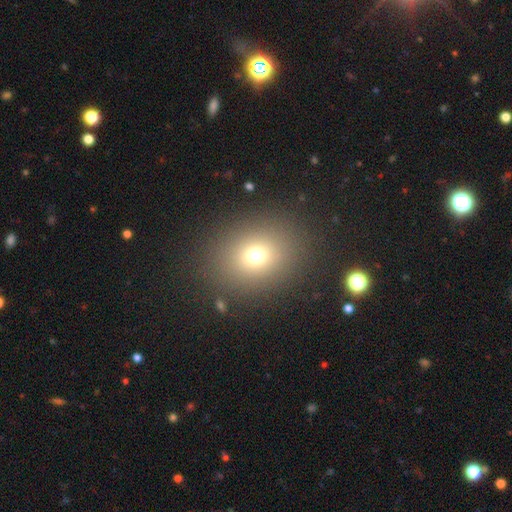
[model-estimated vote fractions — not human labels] smooth_or_featured: smooth (p=0.71) [alt: star or artifact p=0.18]
how_rounded: round (p=0.59) [alt: in between p=0.40]
merging: none (p=0.86) [alt: minor disturbance p=0.08]